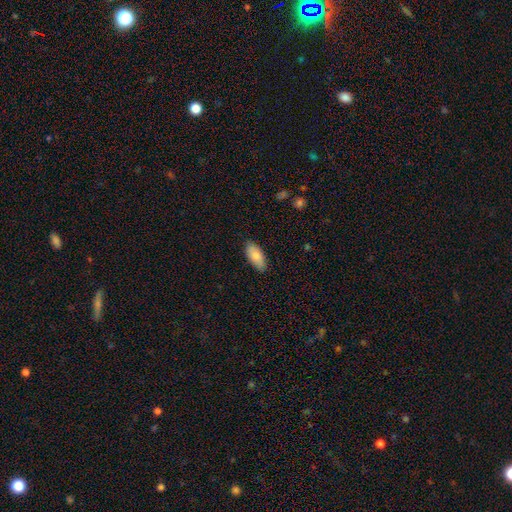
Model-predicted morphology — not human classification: Overall: smooth (84%). How rounded: in between (89%). Merging: none (85%).